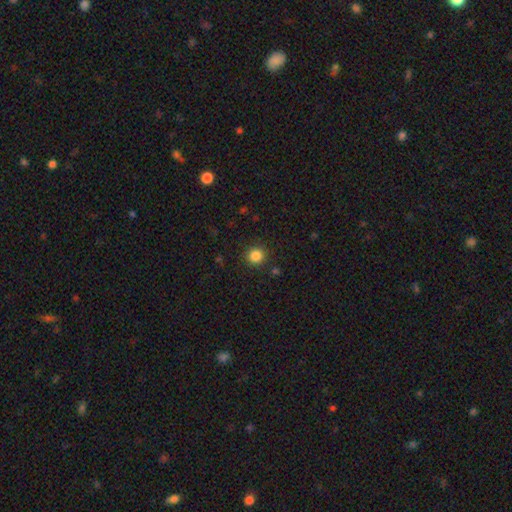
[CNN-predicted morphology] A smooth galaxy with no disk features (85%) that is round (92%).

Vote fractions:
- Smooth or featured? smooth: 85% / star or artifact: 11% / featured or disk: 4%
- How rounded? round: 92% / in between: 7% / cigar-shaped: 1%
- Merging? none: 90% / minor disturbance: 6% / major disturbance: 2% / merger: 1%